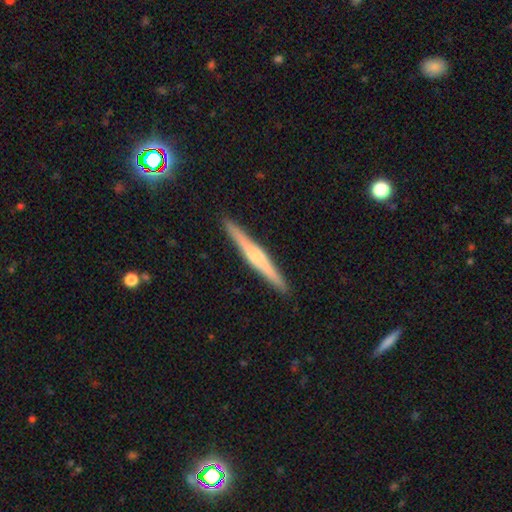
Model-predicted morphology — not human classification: featured or disk 64%, smooth 30%, star or artifact 6%. Down the decision tree: edge-on disk — yes (98%); edge-on bulge — rounded (56%); merging — none (91%).